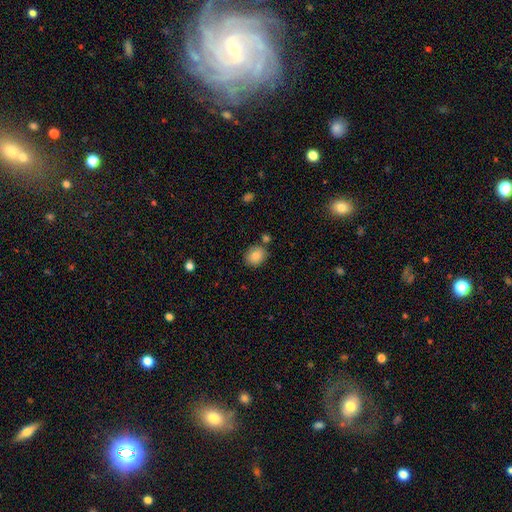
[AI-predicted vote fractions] The model was most divided on "how rounded": round: 67%, in between: 32%, cigar-shaped: 1%. More confident: smooth or featured — smooth (84%); merging — none (78%).